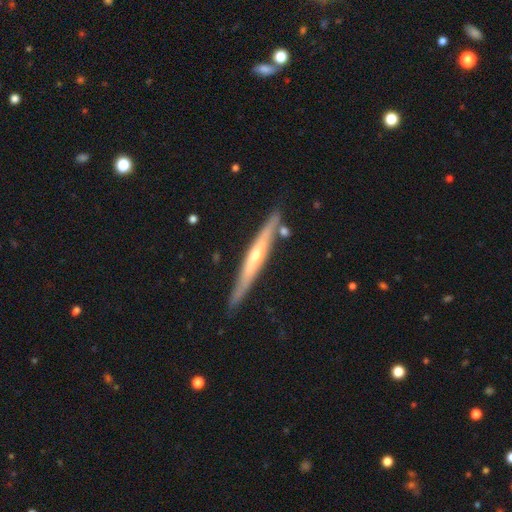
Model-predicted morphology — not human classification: This appears to be a featured or disk galaxy (75%) viewed edge-on (95%) with a rounded central bulge (70%). Merging: none (84%).